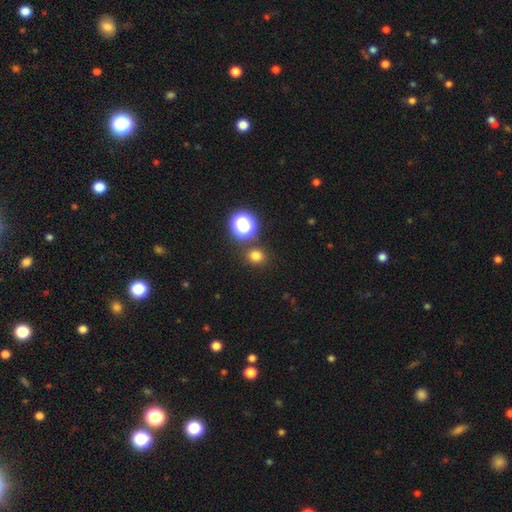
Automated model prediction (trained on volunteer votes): smooth_or_featured: smooth (p=0.76) [alt: star or artifact p=0.19]
how_rounded: round (p=0.79) [alt: in between p=0.20]
merging: none (p=0.84) [alt: minor disturbance p=0.07]